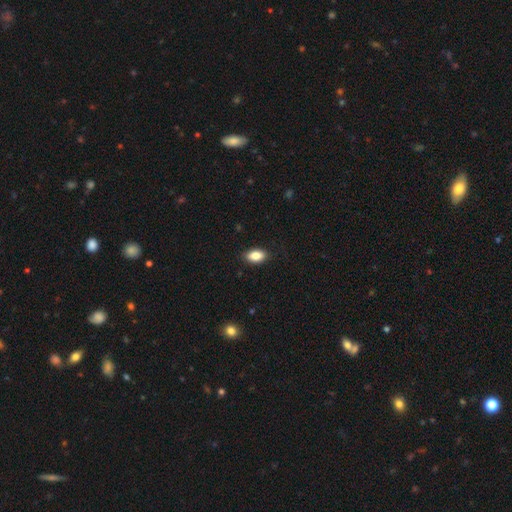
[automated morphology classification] This appears to be a smooth galaxy with no disk features (86%) that is in between round and cigar-shaped (91%). Merging: none (87%).